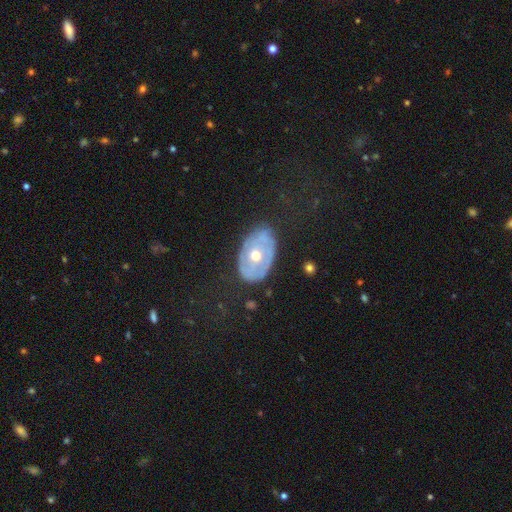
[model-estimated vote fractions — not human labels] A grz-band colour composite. It shows a featured or disk galaxy (59%) with no bar (87%), no spiral arms (66%) and a moderate central bulge (80%). Merging: none (74%).